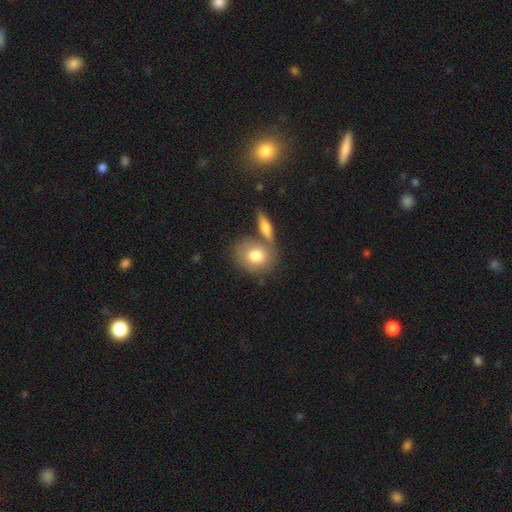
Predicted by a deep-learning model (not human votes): smooth_or_featured: smooth (p=0.75) [alt: featured or disk p=0.19]
how_rounded: round (p=0.58) [alt: in between p=0.40]
merging: none (p=0.53) [alt: merger p=0.30]